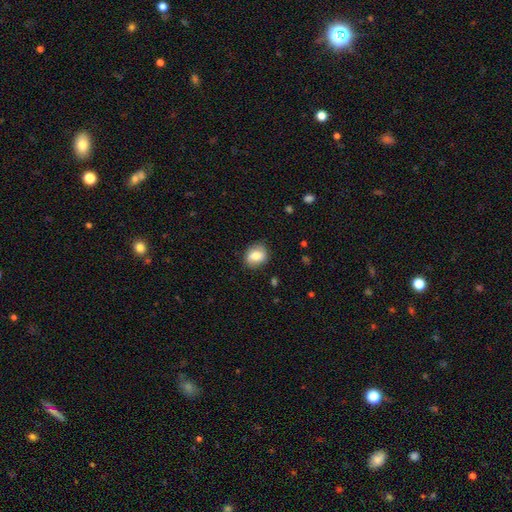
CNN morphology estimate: smooth-or-featured: smooth: 77% | featured or disk: 15% | star or artifact: 8%
  how-rounded: round: 54% | in between: 45% | cigar-shaped: 1%
  merging: none: 80% | minor disturbance: 15% | major disturbance: 4% | merger: 1%